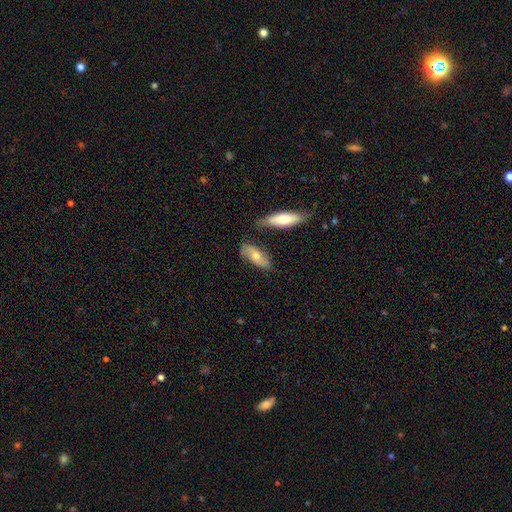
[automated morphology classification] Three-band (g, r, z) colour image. It shows a smooth galaxy with no disk features (53%) that is in between round and cigar-shaped (73%). Merging: none (65%).